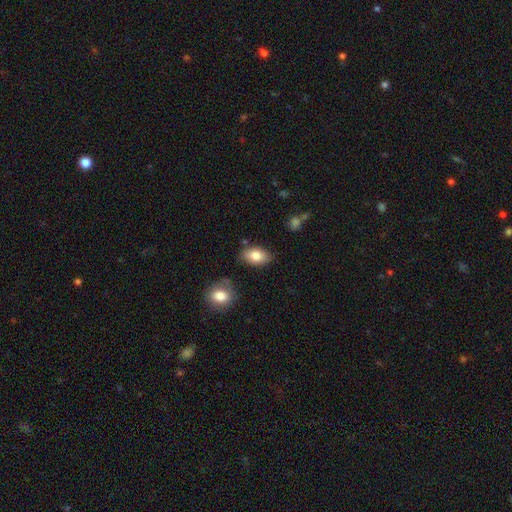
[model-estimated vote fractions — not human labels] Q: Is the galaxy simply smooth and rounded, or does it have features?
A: smooth — 82%.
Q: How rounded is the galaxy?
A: in between — 91%.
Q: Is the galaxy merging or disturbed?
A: none — 81%.